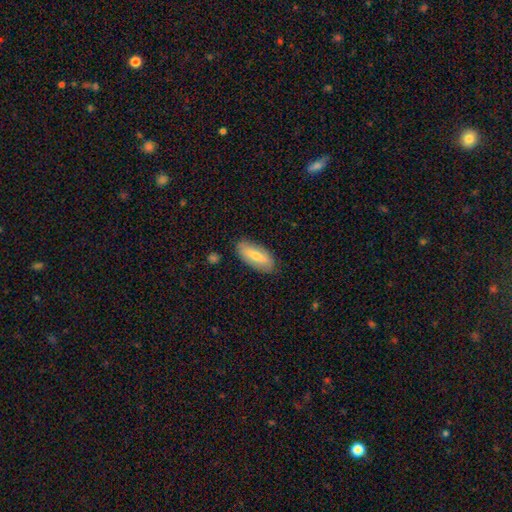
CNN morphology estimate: Smooth or featured? smooth (63%)
How rounded? in between (76%)
Merging? none (84%)